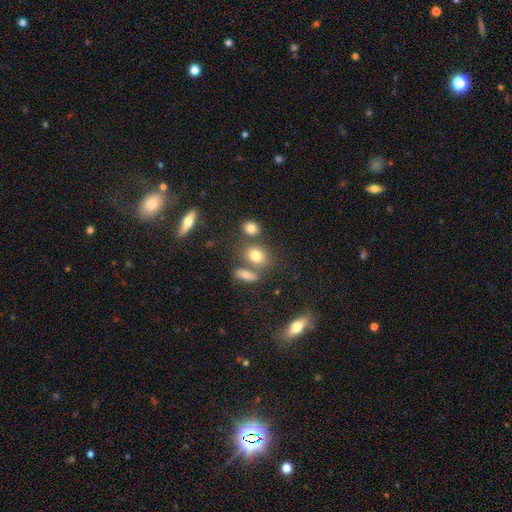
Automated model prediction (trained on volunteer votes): This appears to be a smooth galaxy with no disk features (76%) that is in between round and cigar-shaped (52%). Merging: none (58%).